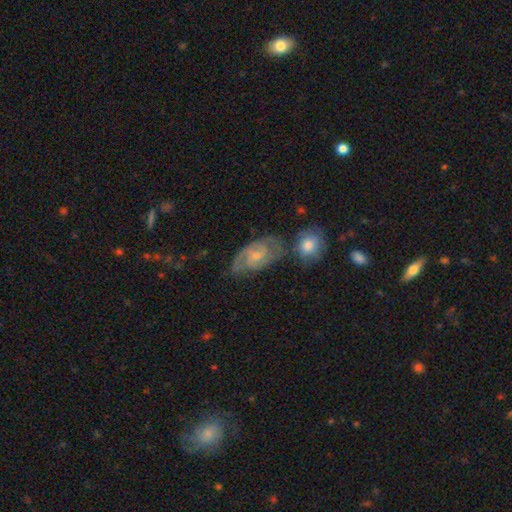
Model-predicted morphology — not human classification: This is likely a featured or disk galaxy (74%). It is clearly not viewed edge-on (96%). Bar: possibly no (55%). Spiral arm pattern: clearly yes (93%). Spiral arm count: likely 2 (65%). Spiral winding: possibly medium (45%). Central bulge: likely small (65%). Merging: possibly none (57%).